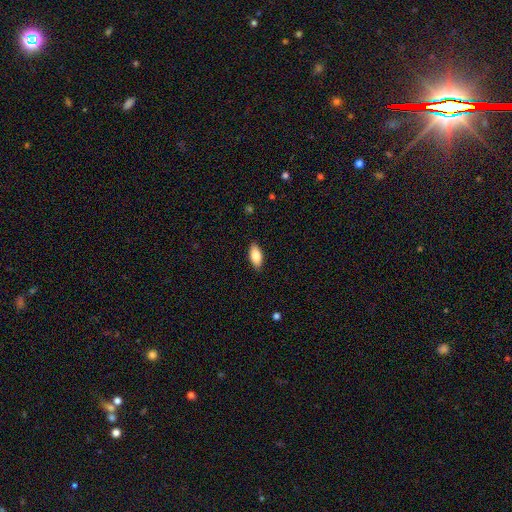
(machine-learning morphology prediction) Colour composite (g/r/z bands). It shows a smooth galaxy with no disk features (83%) that is in between round and cigar-shaped (87%). Merging: none (88%).